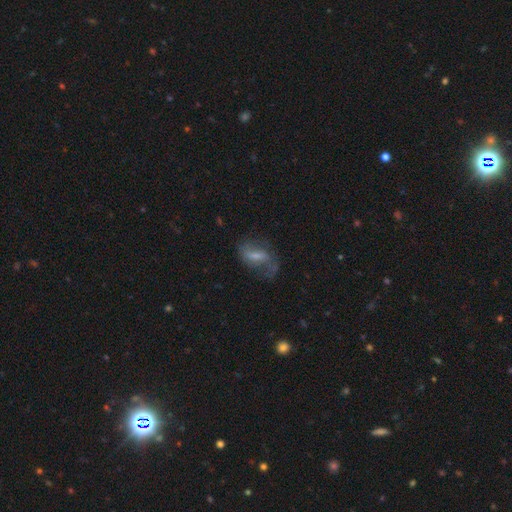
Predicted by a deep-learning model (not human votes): Q: Smooth or featured?
A: featured or disk (62%); runner-up: smooth (26%)
Q: Edge-on disk?
A: no (92%); runner-up: yes (8%)
Q: Bar?
A: weak (48%); runner-up: strong (28%)
Q: Spiral arms?
A: yes (82%); runner-up: no (18%)
Q: Bulge size?
A: small (43%); runner-up: moderate (31%)
Q: Merging?
A: none (57%); runner-up: minor disturbance (23%)